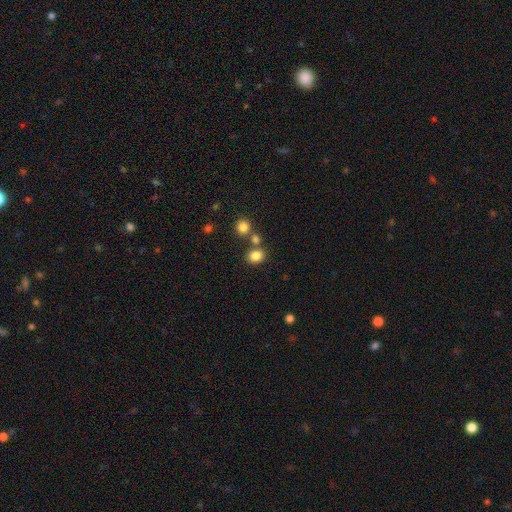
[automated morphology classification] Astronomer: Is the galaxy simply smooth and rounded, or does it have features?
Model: smooth — 83%.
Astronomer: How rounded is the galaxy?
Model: round — 59% (runner-up: in between, 40%).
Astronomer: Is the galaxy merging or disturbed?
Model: none — 70%.